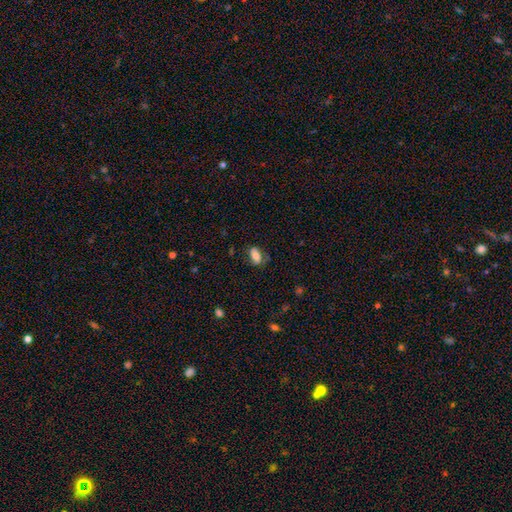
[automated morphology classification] A smooth galaxy with no disk features (65%) that is in between round and cigar-shaped (86%).

Vote fractions:
- Smooth or featured? smooth: 65% / featured or disk: 26% / star or artifact: 9%
- How rounded? in between: 86% / round: 10% / cigar-shaped: 4%
- Merging? none: 64% / minor disturbance: 24% / major disturbance: 10% / merger: 2%